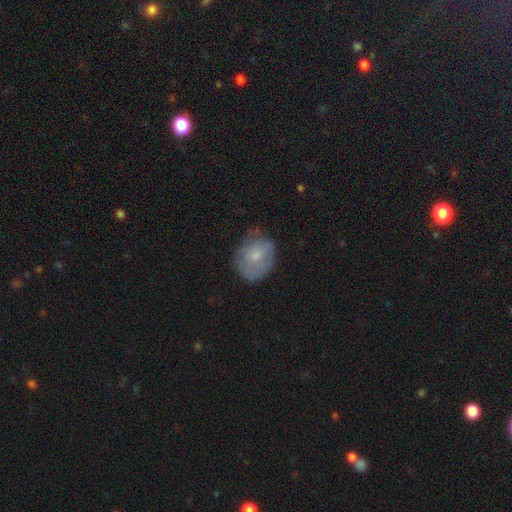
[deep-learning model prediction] A smooth galaxy with no disk features (64%) that is in between round and cigar-shaped (55%). Merging: none (61%).